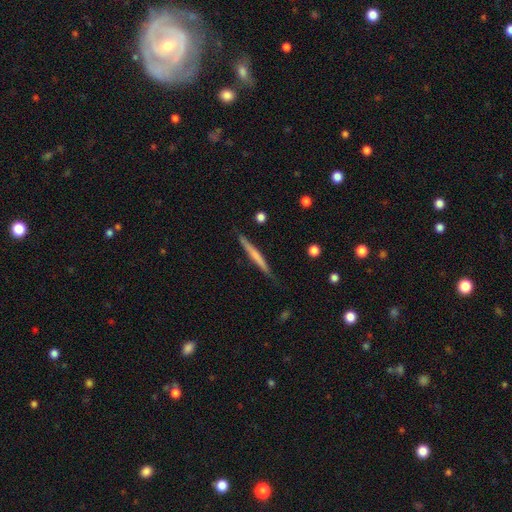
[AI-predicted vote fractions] Smooth or featured?
  - smooth: 53% *
  - featured or disk: 42%
  - star or artifact: 5%
How rounded?
  - cigar-shaped: 96% *
  - in between: 2%
  - round: 1%
Merging?
  - none: 83% *
  - minor disturbance: 13%
  - major disturbance: 2%
  - merger: 2%